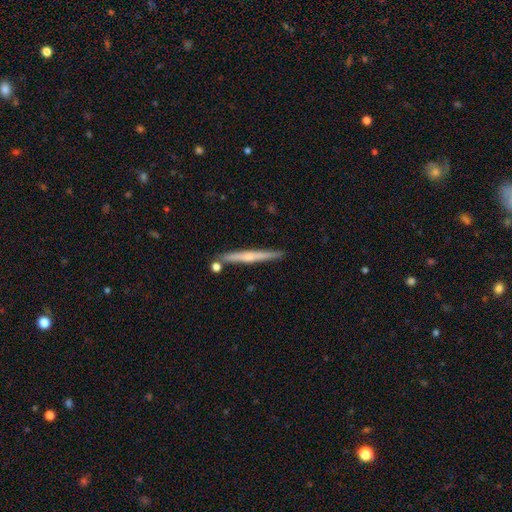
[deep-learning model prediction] Q: Smooth or featured?
A: featured or disk (64%); runner-up: smooth (30%)
Q: Edge-on disk?
A: yes (97%); runner-up: no (3%)
Q: Edge-on bulge?
A: rounded (62%); runner-up: none (32%)
Q: Merging?
A: none (86%); runner-up: minor disturbance (9%)